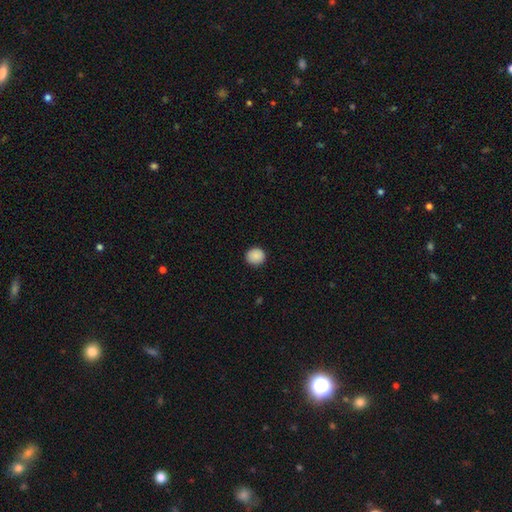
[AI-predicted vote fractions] Smooth or featured?
  - smooth: 88% *
  - star or artifact: 8%
  - featured or disk: 4%
How rounded?
  - round: 92% *
  - in between: 7%
  - cigar-shaped: 1%
Merging?
  - none: 91% *
  - minor disturbance: 6%
  - major disturbance: 2%
  - merger: 1%